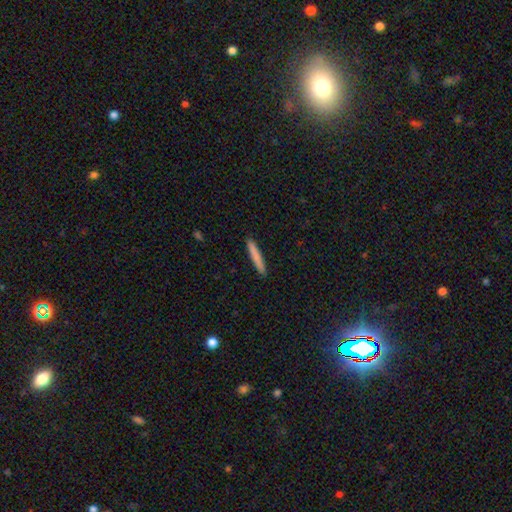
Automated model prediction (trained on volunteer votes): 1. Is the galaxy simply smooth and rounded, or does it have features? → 80% smooth, 14% featured or disk, 6% star or artifact.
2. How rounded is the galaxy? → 96% cigar-shaped, 3% in between, 1% round.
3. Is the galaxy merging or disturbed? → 92% none, 5% minor disturbance, 1% major disturbance, 1% merger.